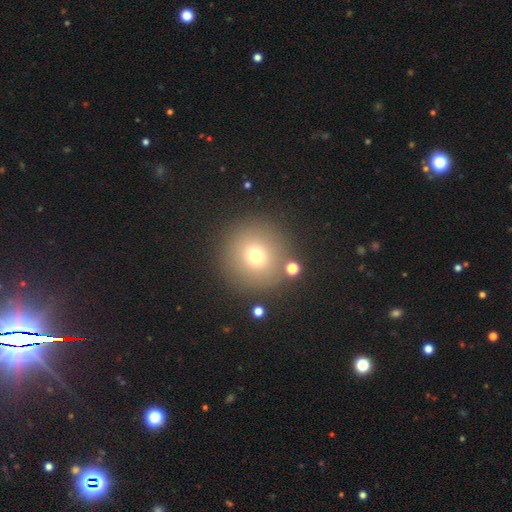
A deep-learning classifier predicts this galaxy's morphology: The model was most divided on "smooth or featured": smooth: 70%, star or artifact: 17%, featured or disk: 12%. More confident: how rounded — round (95%); merging — none (85%).